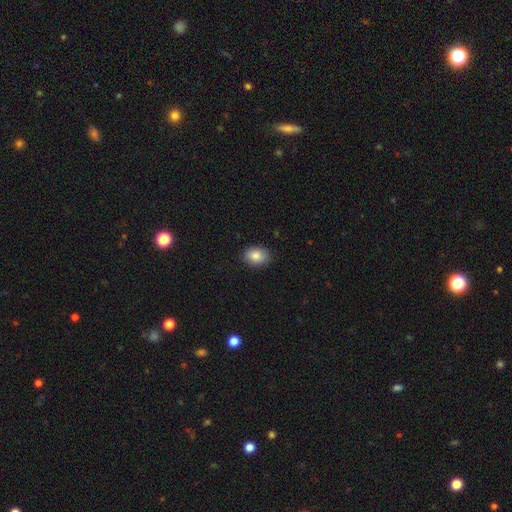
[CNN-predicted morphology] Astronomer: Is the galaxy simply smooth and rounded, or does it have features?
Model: smooth — 86%.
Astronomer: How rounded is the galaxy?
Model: in between — 71%.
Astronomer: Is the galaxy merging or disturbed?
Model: none — 87%.